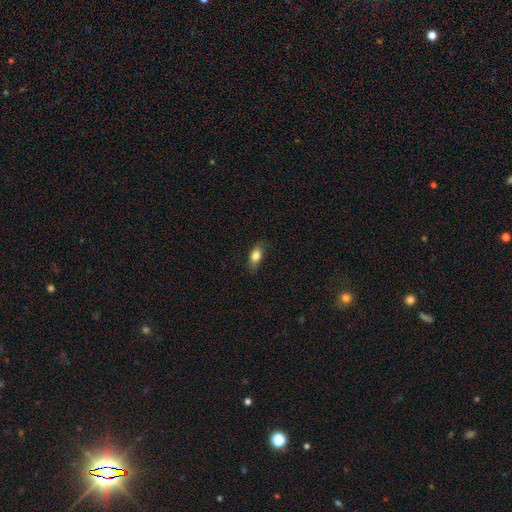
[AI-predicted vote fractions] Smooth or featured: smooth — 83% (featured or disk — 10%)
How rounded: in between — 86% (round — 7%)
Merging: none — 76% (minor disturbance — 18%)